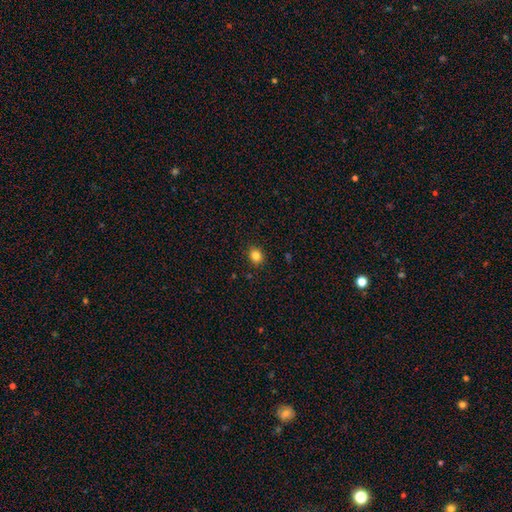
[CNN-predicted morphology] This is clearly a smooth galaxy (84%). How rounded: likely round (68%). Merging: clearly none (90%).